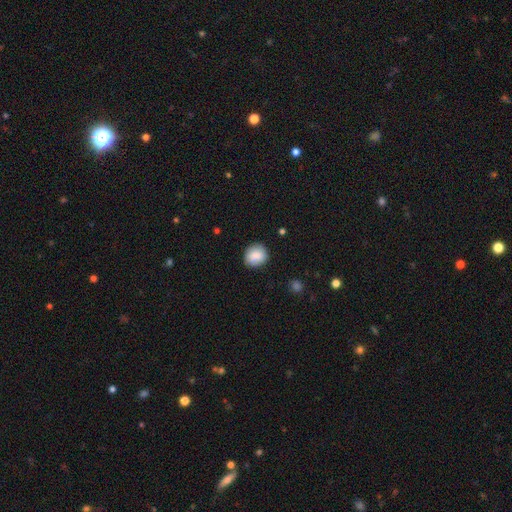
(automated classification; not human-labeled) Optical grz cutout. It shows a smooth galaxy with no disk features (86%) that is round (84%). Merging: none (85%).